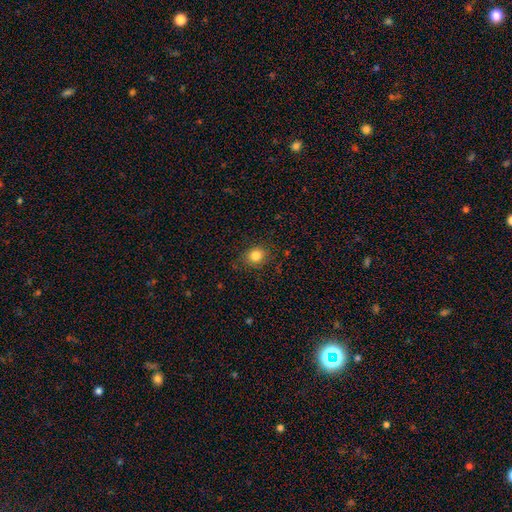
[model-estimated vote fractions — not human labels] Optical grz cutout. It shows a smooth galaxy with no disk features (83%) that is round (70%). Merging: none (83%).